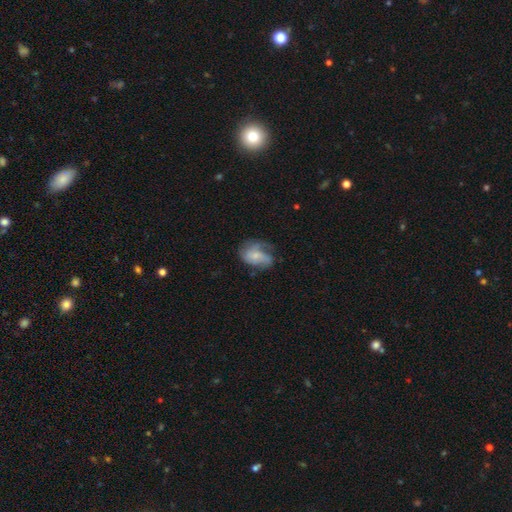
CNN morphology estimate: This appears to be a featured or disk galaxy (49%). Merging: none (43%).